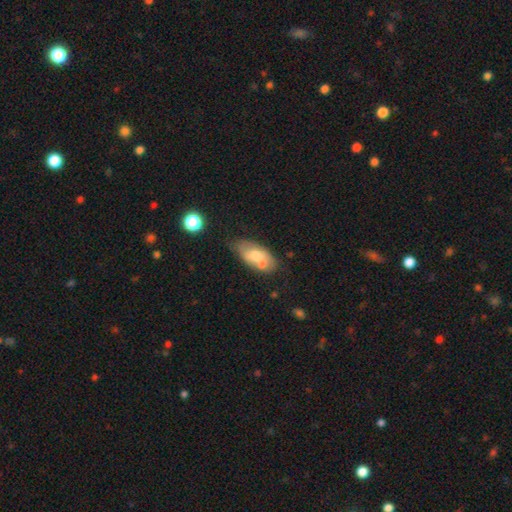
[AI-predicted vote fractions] Smooth or featured? Predicted: smooth (p=0.53). How rounded? Predicted: in between (p=0.89). Merging? Predicted: none (p=0.44).